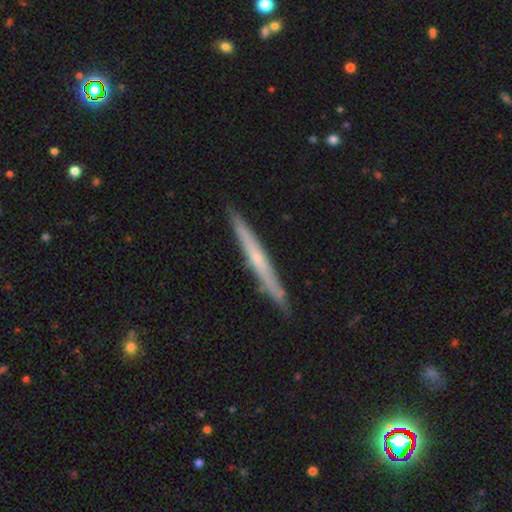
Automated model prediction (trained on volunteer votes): Overall: featured or disk (57%; smooth 37%). Edge-on disk: yes (96%). Edge-on bulge: none (61%; rounded 35%). Merging: none (90%).